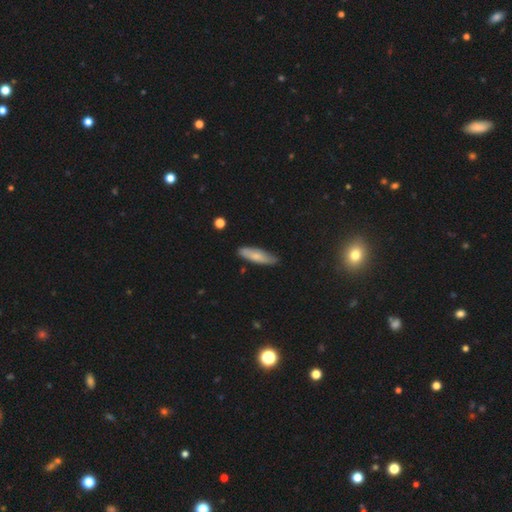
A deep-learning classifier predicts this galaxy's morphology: This is likely a smooth galaxy (69%). How rounded: likely cigar-shaped (61%). Merging: clearly none (82%).